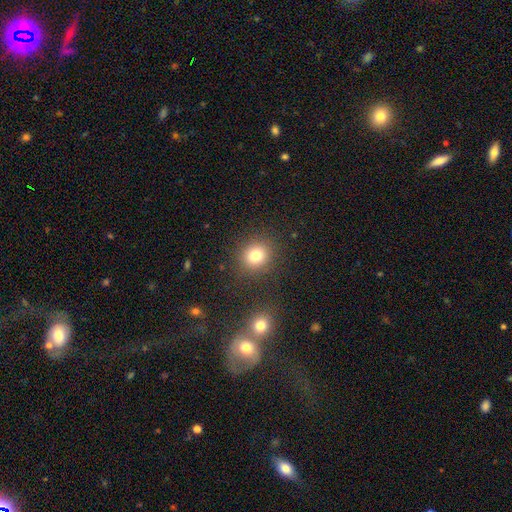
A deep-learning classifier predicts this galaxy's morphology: Smooth or featured? smooth (78%)
How rounded? round (85%)
Merging? none (86%)